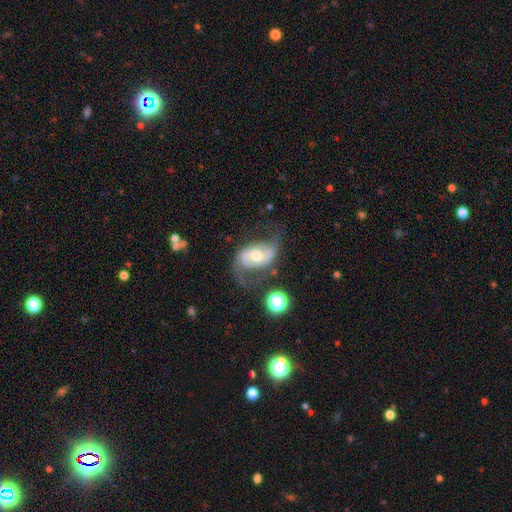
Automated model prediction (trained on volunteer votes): Overall: featured or disk (83%). Edge-on disk: no (96%). Bar: no (48%; weak 34%). Spiral arms: yes (92%). Spiral arm count: 2 (90%). Spiral winding: loose (54%; medium 35%). Bulge size: moderate (68%). Merging: none (59%; minor disturbance 21%).